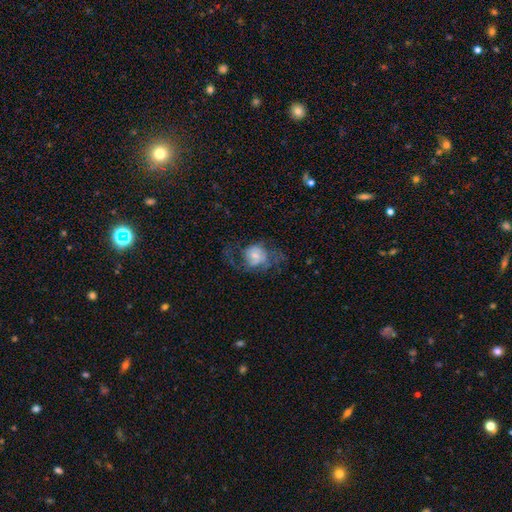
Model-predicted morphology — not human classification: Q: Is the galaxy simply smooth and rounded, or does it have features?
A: featured or disk — 50%.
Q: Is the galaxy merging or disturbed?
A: major disturbance — 42%.